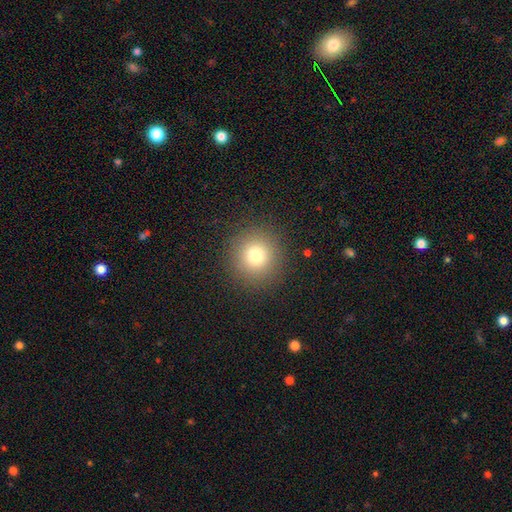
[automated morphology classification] The model was most divided on "smooth or featured": smooth: 76%, star or artifact: 15%, featured or disk: 9%. More confident: how rounded — round (95%); merging — none (90%).